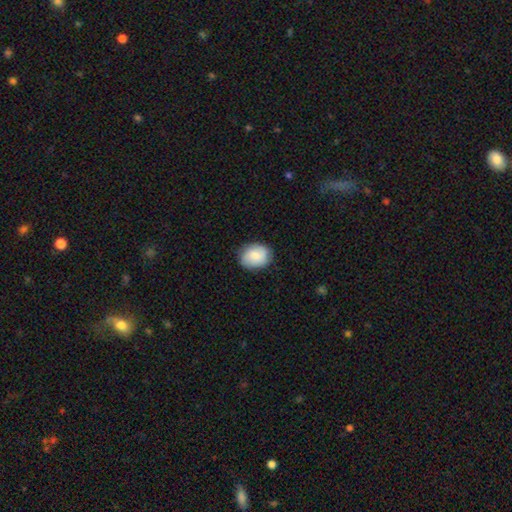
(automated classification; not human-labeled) Morphology: type=smooth (76%); roundness=in between (58%); merging=none (83%).